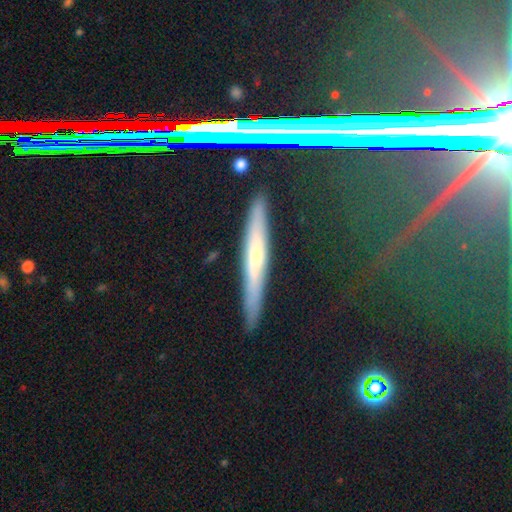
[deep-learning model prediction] Smooth or featured: featured or disk — 51% (smooth — 38%)
Edge-on disk: yes — 92% (no — 8%)
Merging: none — 87% (minor disturbance — 9%)